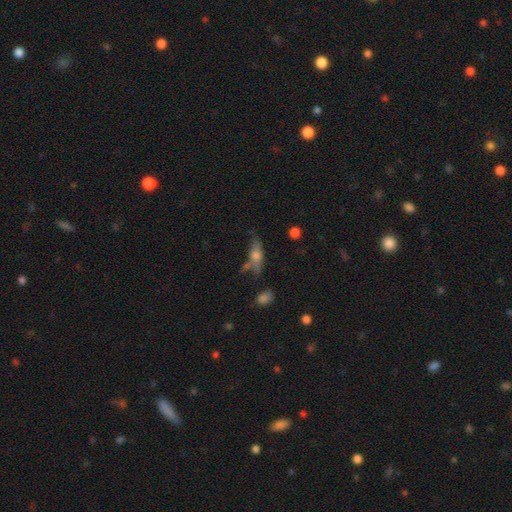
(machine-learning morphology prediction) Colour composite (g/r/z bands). It shows a smooth galaxy with no disk features (52%) that is in between round and cigar-shaped (57%). Merging: none (50%).